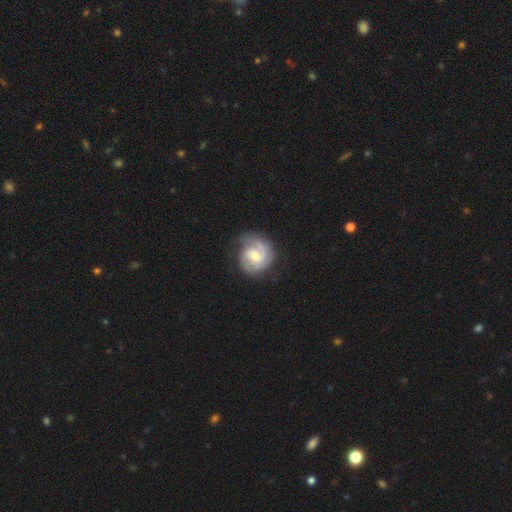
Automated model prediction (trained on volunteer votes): This appears to be a featured or disk galaxy (83%) with a weak bar (48%), 2 (58%) tight (55%) spiral arms (97%) and a moderate central bulge (51%). Merging: none (72%).